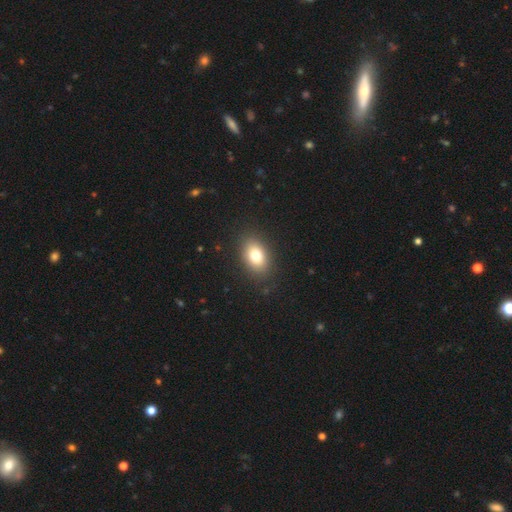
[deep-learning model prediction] A smooth galaxy with no disk features (79%) that is in between round and cigar-shaped (84%).

Vote fractions:
- Smooth or featured? smooth: 79% / featured or disk: 11% / star or artifact: 10%
- How rounded? in between: 84% / round: 15% / cigar-shaped: 2%
- Merging? none: 87% / minor disturbance: 9% / major disturbance: 3% / merger: 1%